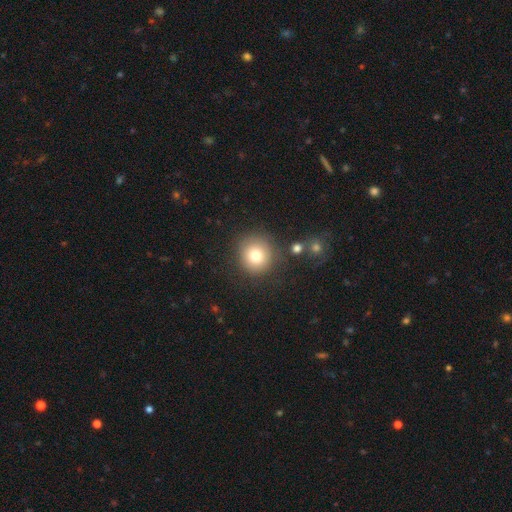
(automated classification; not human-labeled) smooth 79%, star or artifact 11%, featured or disk 10%. Down the decision tree: how rounded — round (92%); merging — none (83%).